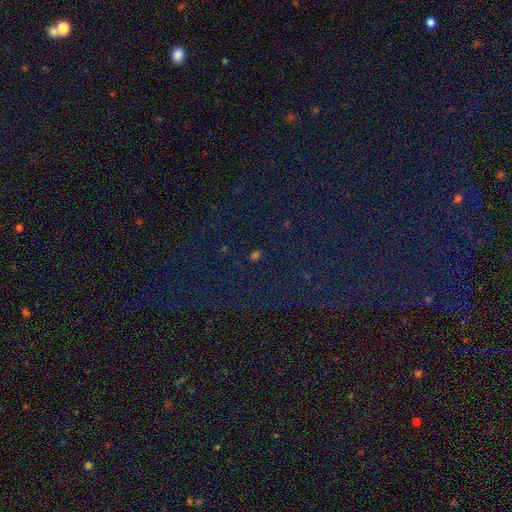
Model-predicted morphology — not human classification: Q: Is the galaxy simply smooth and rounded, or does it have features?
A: star or artifact — 70%.